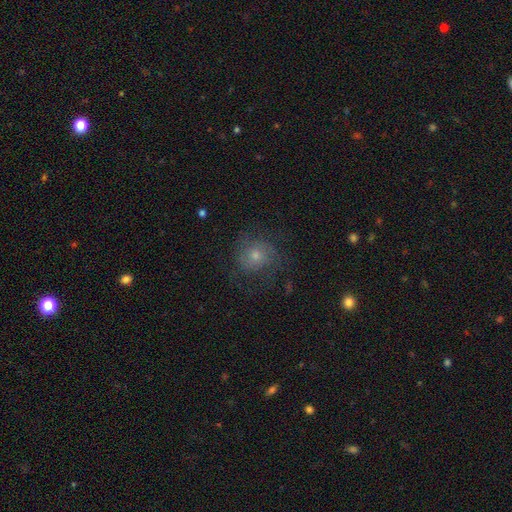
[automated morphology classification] This appears to be a smooth galaxy with no disk features (51%) that is round (81%). Merging: none (64%).